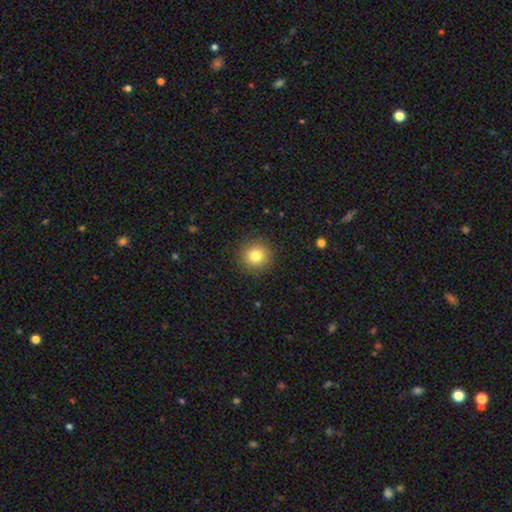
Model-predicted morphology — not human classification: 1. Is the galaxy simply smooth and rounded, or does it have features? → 81% smooth, 11% star or artifact, 8% featured or disk.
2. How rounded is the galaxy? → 94% round, 5% in between, 1% cigar-shaped.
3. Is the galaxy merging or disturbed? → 91% none, 6% minor disturbance, 2% major disturbance, 1% merger.